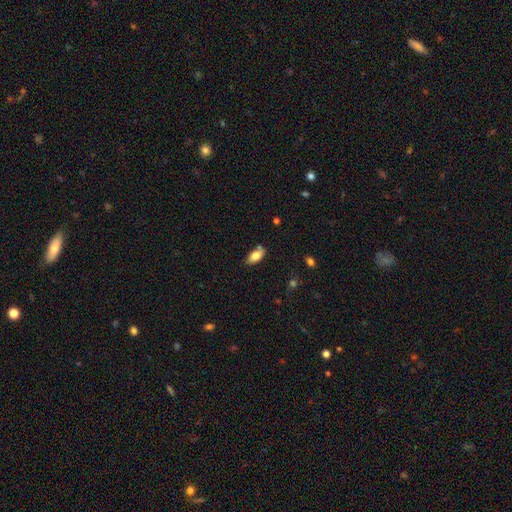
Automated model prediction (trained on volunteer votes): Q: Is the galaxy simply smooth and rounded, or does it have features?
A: smooth — 78%.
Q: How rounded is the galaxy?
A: in between — 90%.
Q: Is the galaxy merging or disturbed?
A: none — 73%.